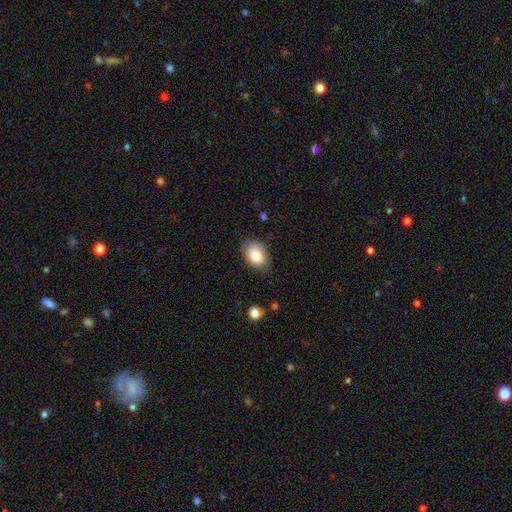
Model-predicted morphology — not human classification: Smooth or featured? smooth (85%)
How rounded? in between (81%)
Merging? none (75%)